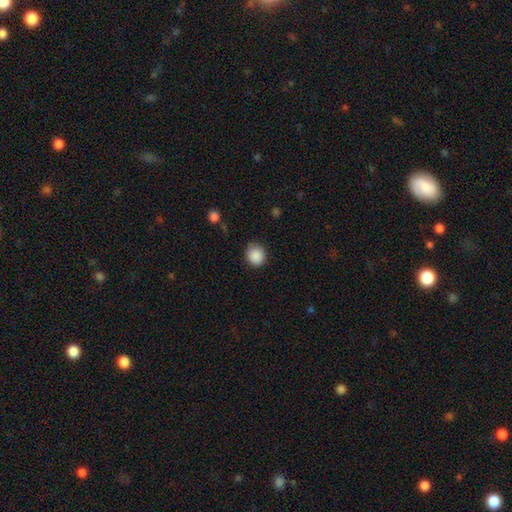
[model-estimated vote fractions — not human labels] Overall: smooth (89%). How rounded: round (81%). Merging: none (82%).